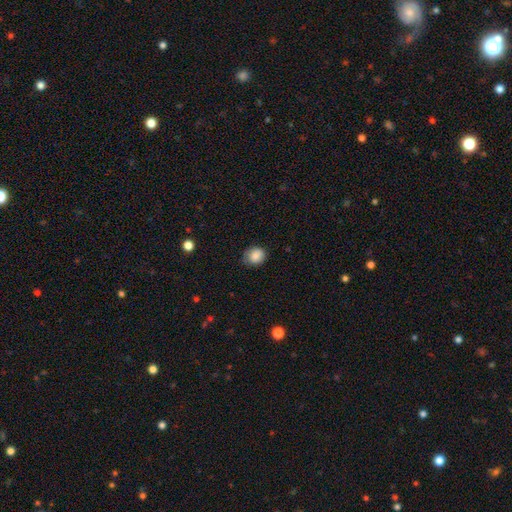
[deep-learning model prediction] A smooth galaxy with no disk features (84%) that is round (67%). Merging: none (70%).